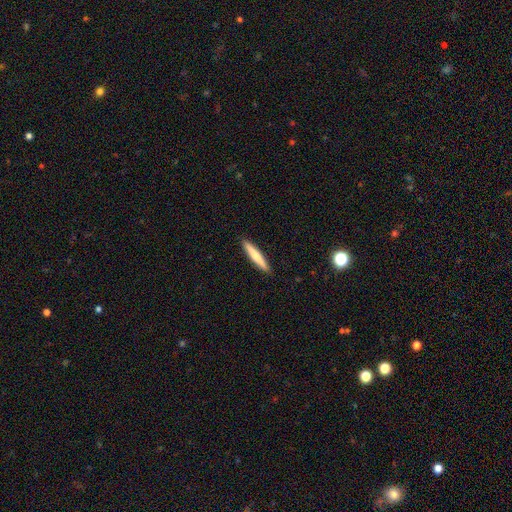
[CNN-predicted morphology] This is likely a smooth galaxy (64%). How rounded: clearly cigar-shaped (94%). Merging: clearly none (92%).